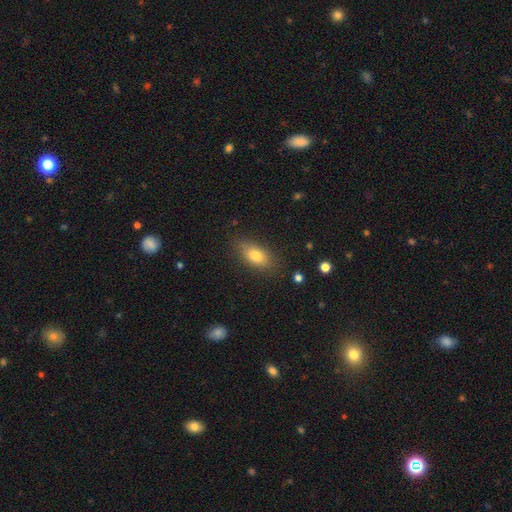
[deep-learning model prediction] Smooth or featured? smooth (78%)
How rounded? in between (84%)
Merging? none (79%)